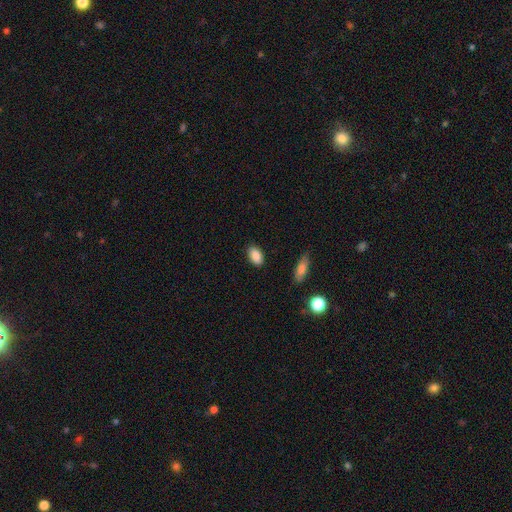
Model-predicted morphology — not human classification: smooth 86%, star or artifact 7%, featured or disk 7%. Down the decision tree: how rounded — in between (91%); merging — none (88%).